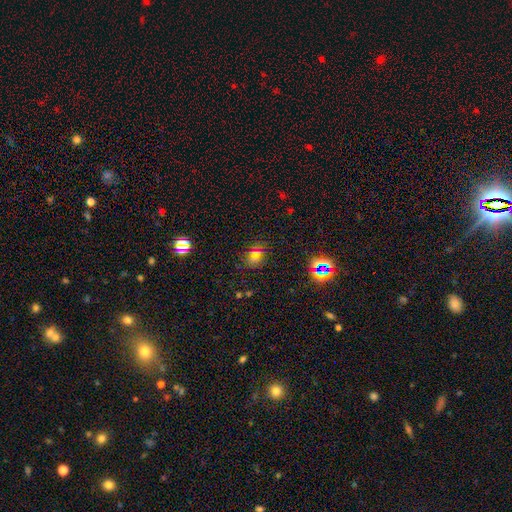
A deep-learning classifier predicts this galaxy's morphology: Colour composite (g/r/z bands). It shows a smooth galaxy with no disk features (51%) that is round (57%). Merging: none (82%).